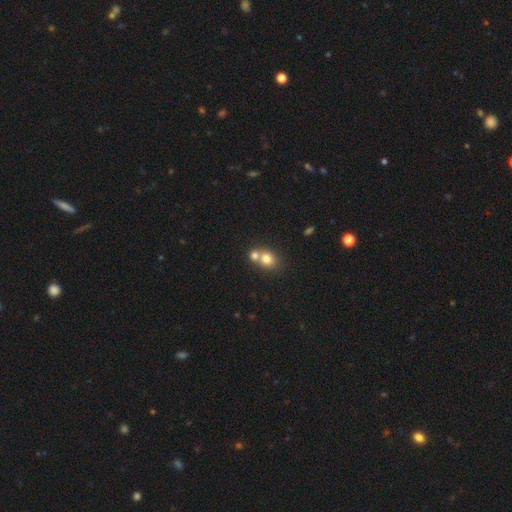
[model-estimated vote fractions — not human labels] Smooth or featured? smooth (67%)
How rounded? round (66%)
Merging? none (54%)